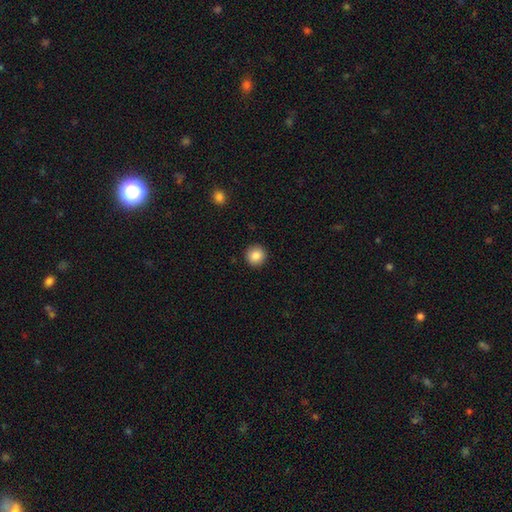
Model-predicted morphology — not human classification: smooth-or-featured: smooth: 87% | star or artifact: 9% | featured or disk: 4%
  how-rounded: round: 93% | in between: 6% | cigar-shaped: 1%
  merging: none: 92% | minor disturbance: 5% | major disturbance: 2% | merger: 1%